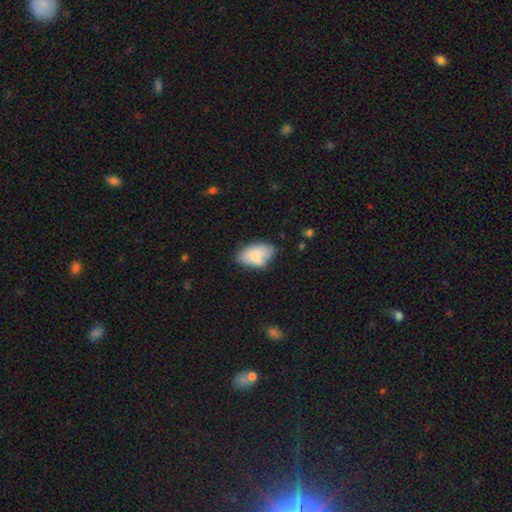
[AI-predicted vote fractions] Smooth or featured: smooth — 75% (featured or disk — 17%)
How rounded: in between — 92% (round — 6%)
Merging: none — 54% (minor disturbance — 32%)